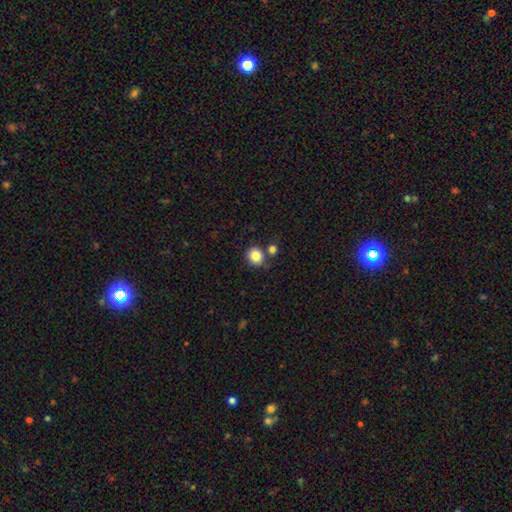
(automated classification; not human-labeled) A smooth galaxy with no disk features (84%) that is round (84%). Merging: none (75%).